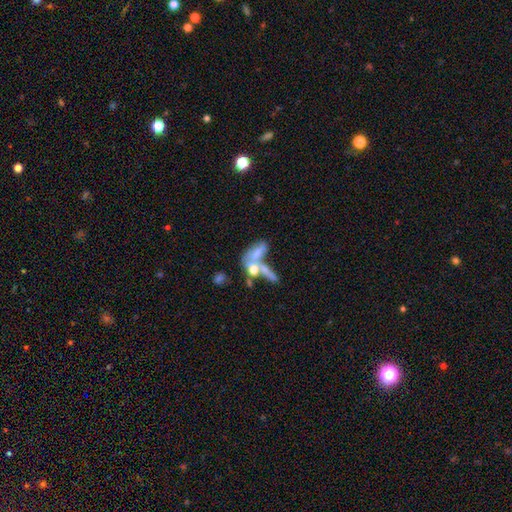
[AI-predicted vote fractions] This appears to be a smooth galaxy with no disk features (45%). Merging: merger (54%).